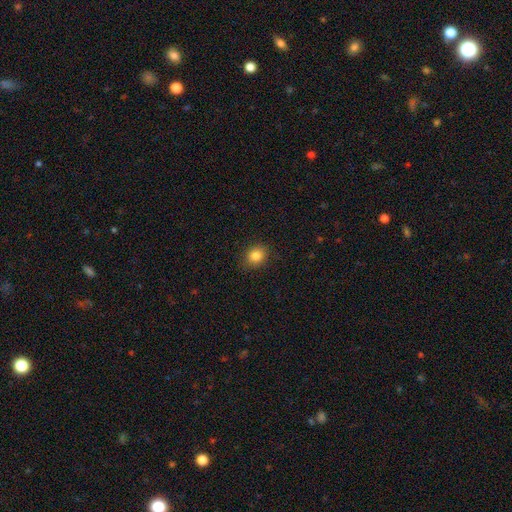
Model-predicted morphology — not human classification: Smooth or featured: smooth — 84% (star or artifact — 11%)
How rounded: round — 65% (in between — 34%)
Merging: none — 89% (minor disturbance — 8%)